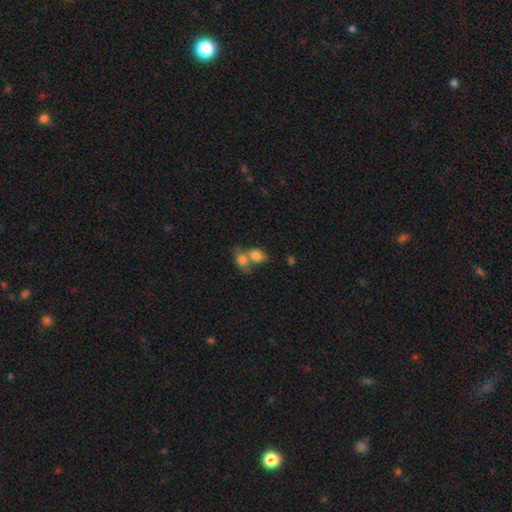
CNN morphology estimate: smooth 80%, featured or disk 12%, star or artifact 9%. Down the decision tree: how rounded — in between (69%); merging — merger (64%).